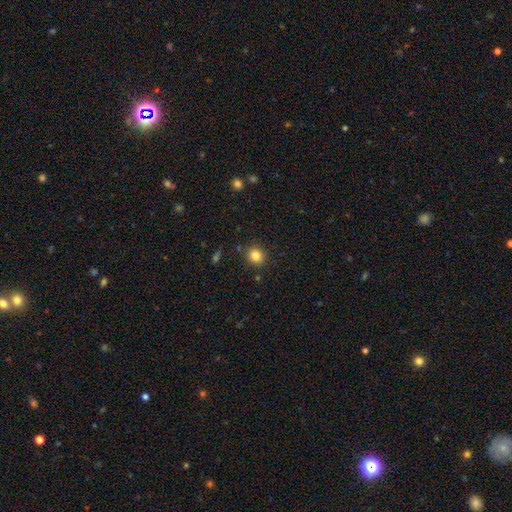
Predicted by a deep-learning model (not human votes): Smooth or featured? smooth (82%)
How rounded? round (86%)
Merging? none (88%)